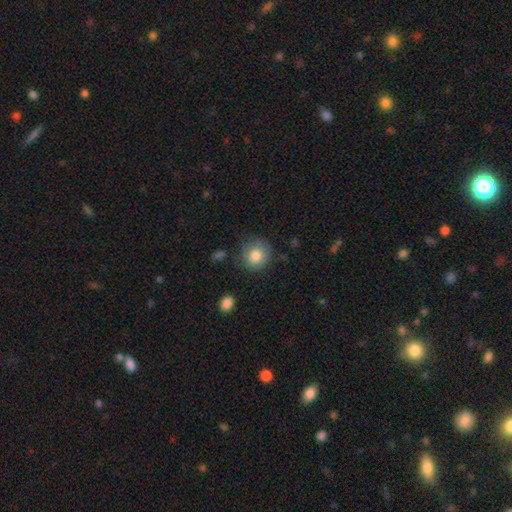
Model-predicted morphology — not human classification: smooth_or_featured: smooth (p=0.81) [alt: featured or disk p=0.10]
how_rounded: round (p=0.85) [alt: in between p=0.14]
merging: none (p=0.74) [alt: minor disturbance p=0.18]